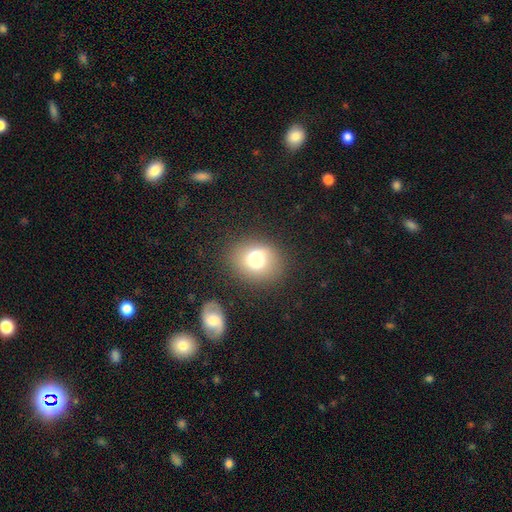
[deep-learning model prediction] smooth_or_featured: smooth (p=0.72) [alt: featured or disk p=0.16]
how_rounded: round (p=0.63) [alt: in between p=0.36]
merging: none (p=0.70) [alt: minor disturbance p=0.17]